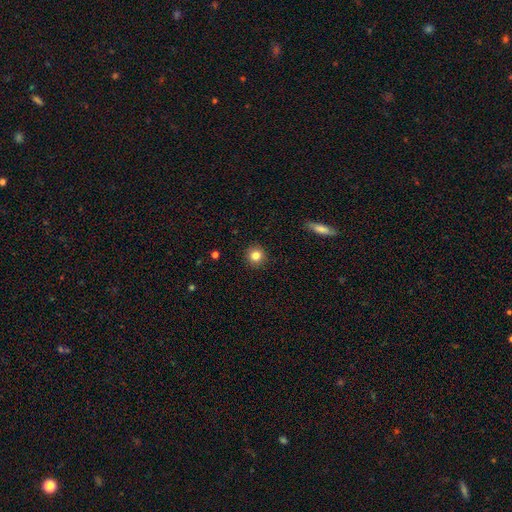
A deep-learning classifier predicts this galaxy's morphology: A smooth galaxy with no disk features (83%) that is round (93%).

Vote fractions:
- Smooth or featured? smooth: 83% / star or artifact: 11% / featured or disk: 7%
- How rounded? round: 93% / in between: 6% / cigar-shaped: 1%
- Merging? none: 91% / minor disturbance: 6% / major disturbance: 2% / merger: 1%